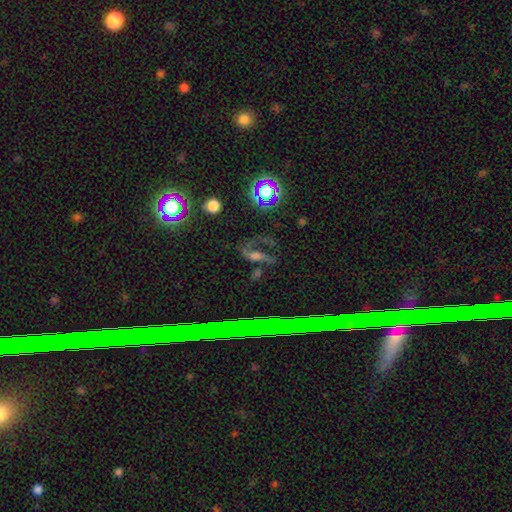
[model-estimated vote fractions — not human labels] This appears to be a featured or disk galaxy (61%) with no bar (44%), spiral arms (82%) and a moderate central bulge (36%). Merging: none (49%).